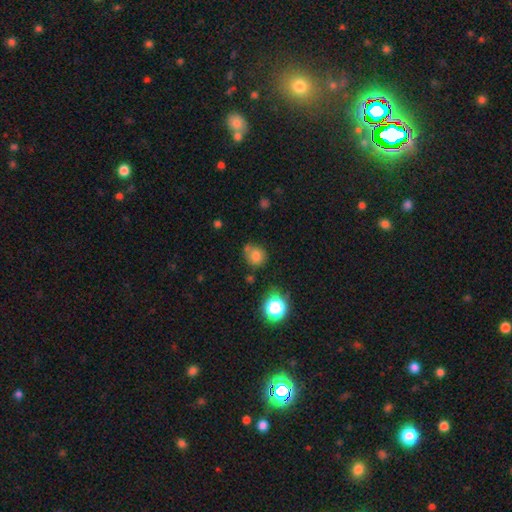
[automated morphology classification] smooth-or-featured: smooth: 75% | star or artifact: 15% | featured or disk: 10%
  how-rounded: round: 77% | in between: 22% | cigar-shaped: 1%
  merging: none: 58% | minor disturbance: 21% | merger: 14% | major disturbance: 7%